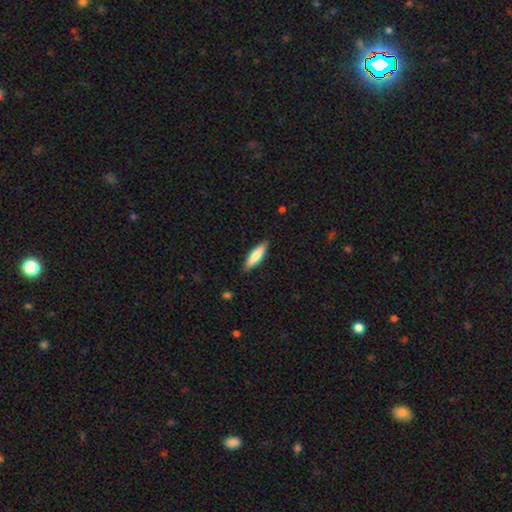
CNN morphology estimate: This is likely a smooth galaxy (79%). How rounded: likely cigar-shaped (70%). Merging: clearly none (88%).